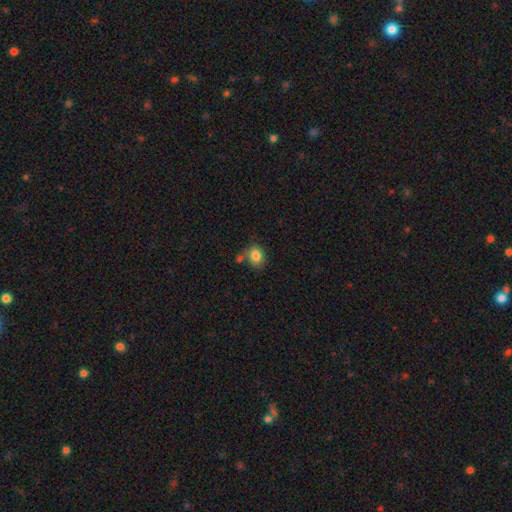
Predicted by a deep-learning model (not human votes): A smooth galaxy with no disk features (84%) that is round (54%).

Vote fractions:
- Smooth or featured? smooth: 84% / star or artifact: 10% / featured or disk: 7%
- How rounded? round: 54% / in between: 45% / cigar-shaped: 1%
- Merging? none: 65% / minor disturbance: 15% / merger: 15% / major disturbance: 4%